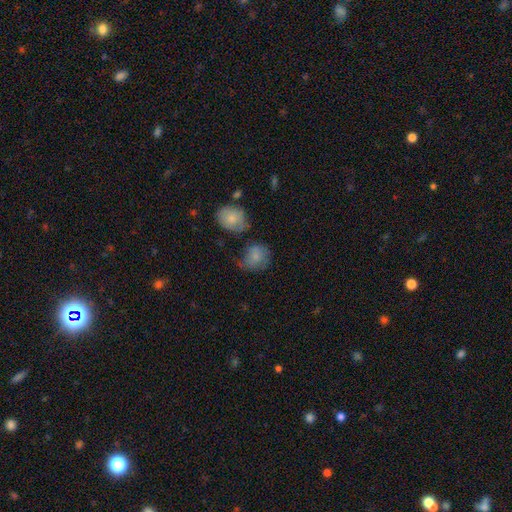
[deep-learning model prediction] A smooth galaxy with no disk features (79%) that is round (64%). Merging: none (48%).